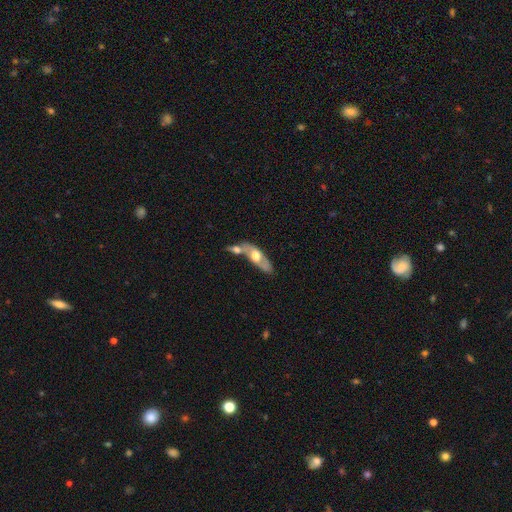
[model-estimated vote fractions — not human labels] The model was most divided on "merging": merger: 47%, none: 34%, minor disturbance: 12%, major disturbance: 6%. More confident: edge-on disk — no (62%); smooth or featured — featured or disk (55%).